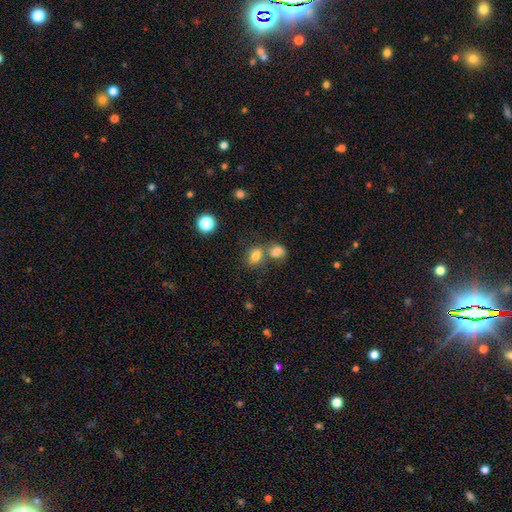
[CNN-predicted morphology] Q: Smooth or featured?
A: smooth (78%); runner-up: star or artifact (12%)
Q: How rounded?
A: in between (68%); runner-up: round (30%)
Q: Merging?
A: none (49%); runner-up: merger (36%)